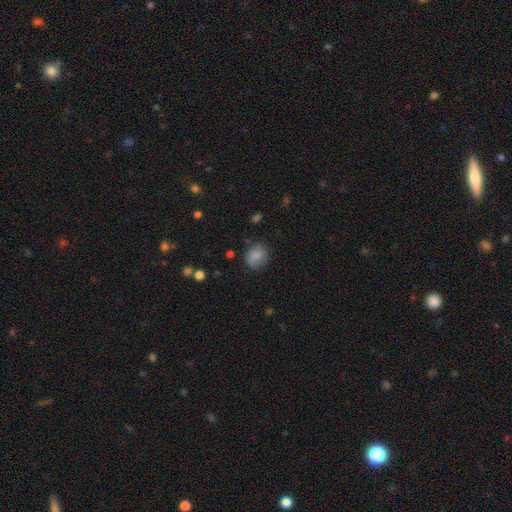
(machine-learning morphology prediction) smooth_or_featured: smooth (p=0.84) [alt: star or artifact p=0.09]
how_rounded: round (p=0.67) [alt: in between p=0.32]
merging: none (p=0.75) [alt: minor disturbance p=0.18]